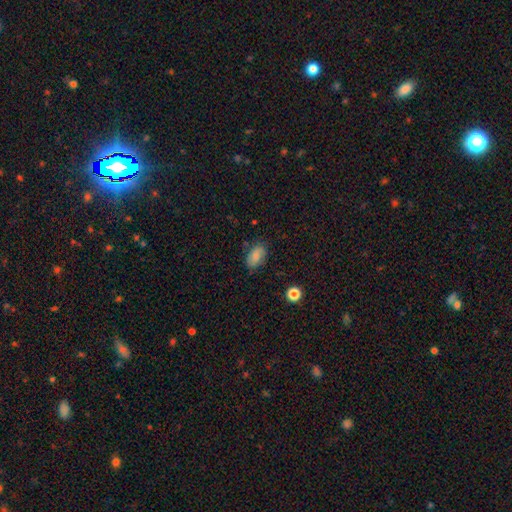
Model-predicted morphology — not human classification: This is likely a smooth galaxy (79%). How rounded: clearly in between (90%). Merging: likely none (78%).